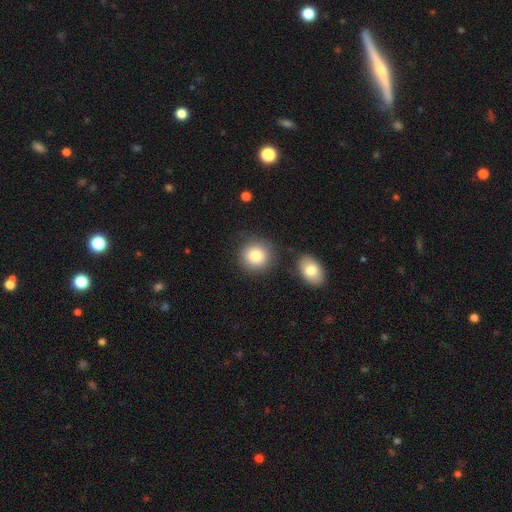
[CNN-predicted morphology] smooth 83%, star or artifact 9%, featured or disk 8%. Down the decision tree: how rounded — round (89%); merging — none (79%).